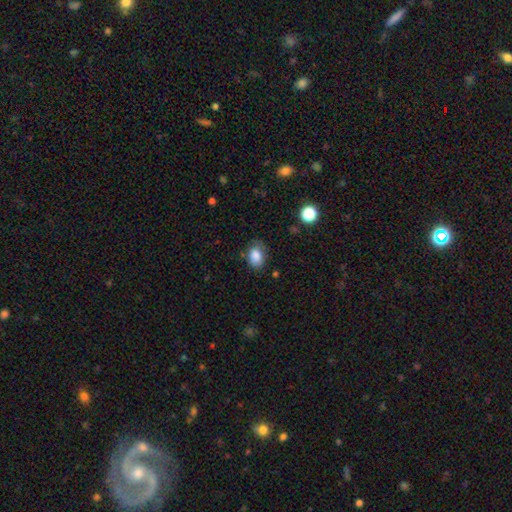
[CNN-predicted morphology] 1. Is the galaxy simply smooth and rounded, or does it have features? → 84% smooth, 9% star or artifact, 7% featured or disk.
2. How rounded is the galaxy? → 79% in between, 20% round, 1% cigar-shaped.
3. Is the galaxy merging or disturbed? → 65% none, 25% minor disturbance, 7% major disturbance, 2% merger.